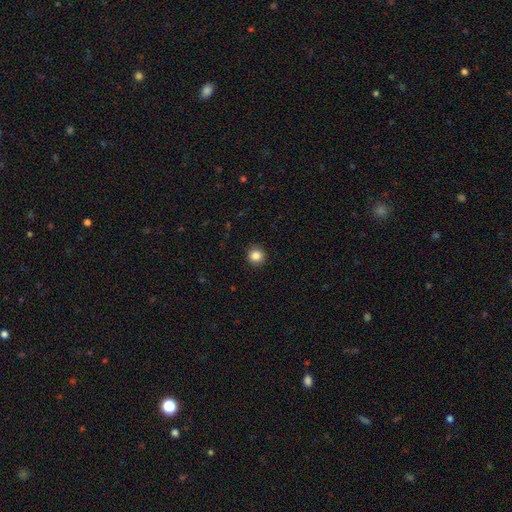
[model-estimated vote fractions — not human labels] Smooth or featured?
  - smooth: 85% *
  - star or artifact: 10%
  - featured or disk: 4%
How rounded?
  - round: 94% *
  - in between: 5%
  - cigar-shaped: 1%
Merging?
  - none: 91% *
  - minor disturbance: 6%
  - major disturbance: 2%
  - merger: 1%